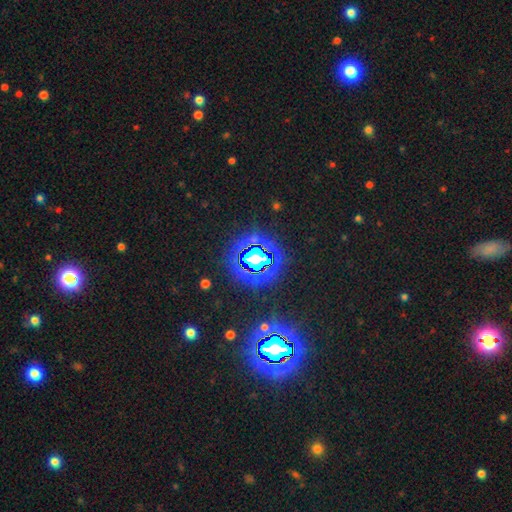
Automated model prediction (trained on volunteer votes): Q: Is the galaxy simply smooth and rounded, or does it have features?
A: star or artifact — 83%.